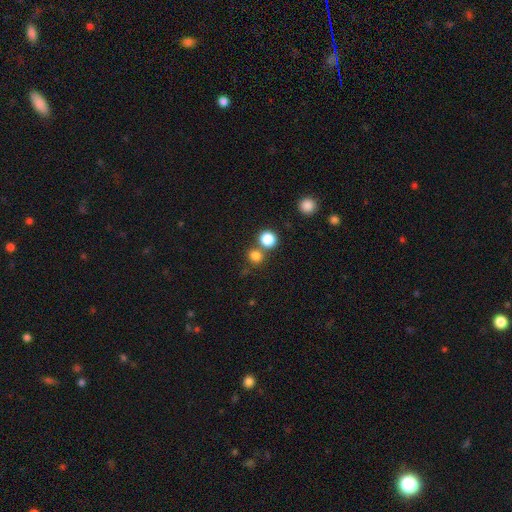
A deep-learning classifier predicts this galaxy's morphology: Overall: smooth (79%). How rounded: round (84%). Merging: none (66%).